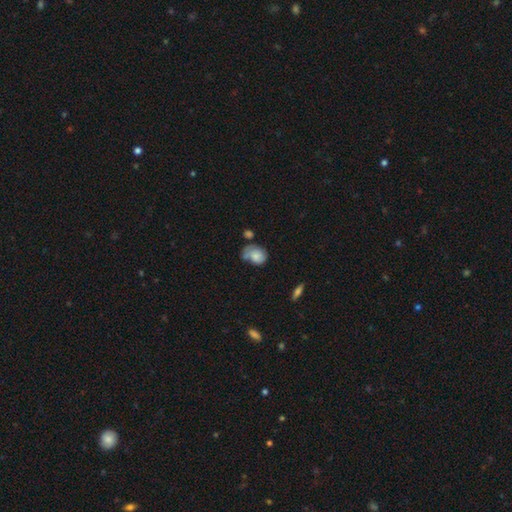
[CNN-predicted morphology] Q: Smooth or featured?
A: smooth (65%); runner-up: featured or disk (27%)
Q: How rounded?
A: in between (62%); runner-up: round (37%)
Q: Merging?
A: none (35%); runner-up: minor disturbance (31%)